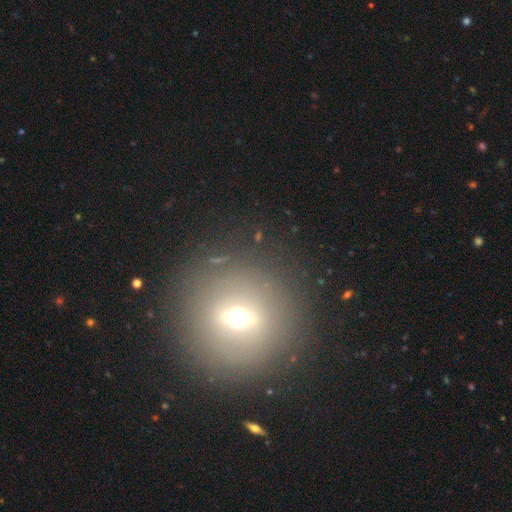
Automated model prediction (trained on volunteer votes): Q: Smooth or featured?
A: smooth (42%); runner-up: featured or disk (37%)
Q: Merging?
A: none (87%); runner-up: minor disturbance (7%)